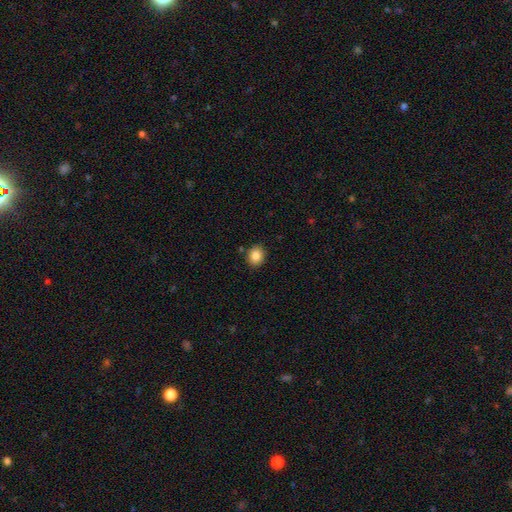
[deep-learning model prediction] This appears to be a smooth galaxy with no disk features (86%) that is round (62%). Merging: none (87%).